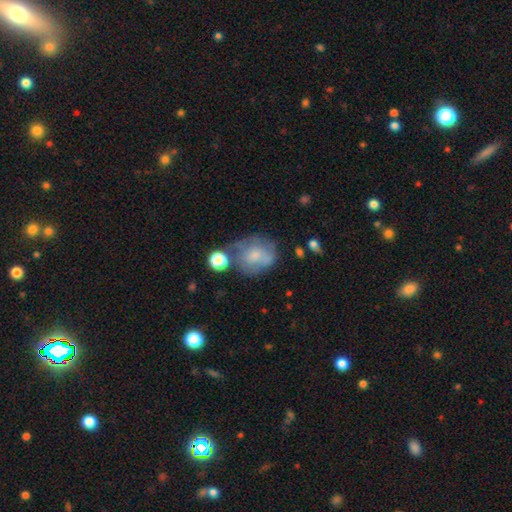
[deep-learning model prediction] A smooth galaxy with no disk features (59%) that is round (69%). Merging: none (42%).